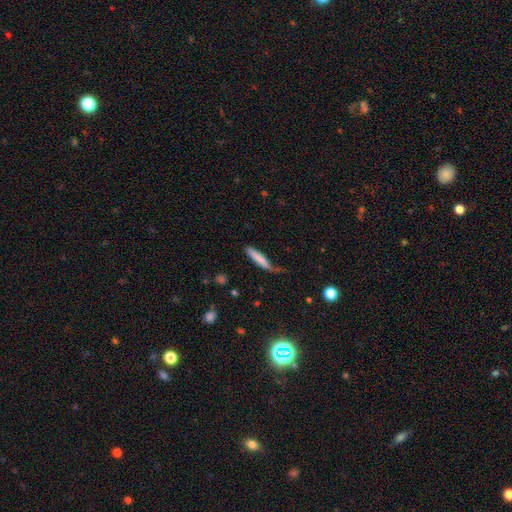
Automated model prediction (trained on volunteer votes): Q: Smooth or featured?
A: smooth (67%); runner-up: featured or disk (22%)
Q: How rounded?
A: cigar-shaped (86%); runner-up: in between (12%)
Q: Merging?
A: none (53%); runner-up: minor disturbance (30%)